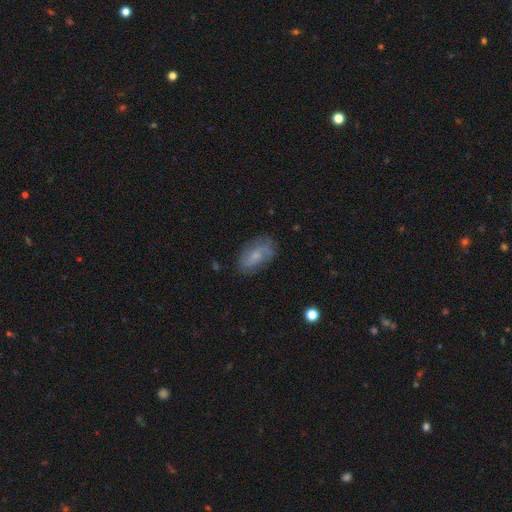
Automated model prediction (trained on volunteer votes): Smooth or featured: featured or disk — 49% (smooth — 42%)
Merging: none — 69% (minor disturbance — 22%)